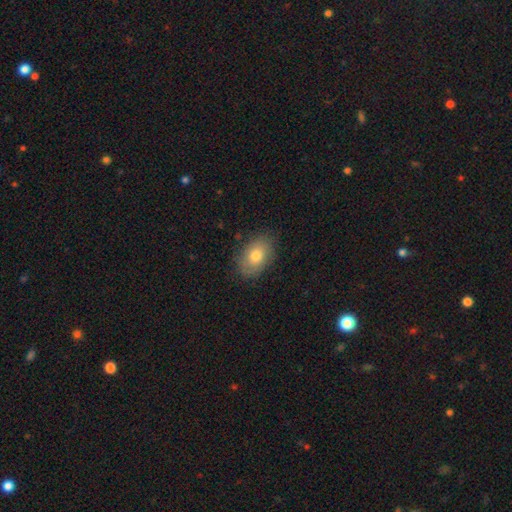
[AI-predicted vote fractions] Q: Smooth or featured?
A: smooth (76%); runner-up: featured or disk (16%)
Q: How rounded?
A: in between (85%); runner-up: round (13%)
Q: Merging?
A: none (82%); runner-up: minor disturbance (14%)